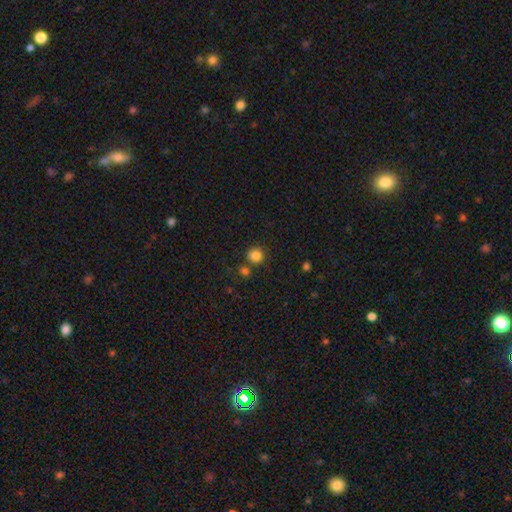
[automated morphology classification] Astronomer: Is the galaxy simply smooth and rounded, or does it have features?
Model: smooth — 85%.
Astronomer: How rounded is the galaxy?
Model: round — 87%.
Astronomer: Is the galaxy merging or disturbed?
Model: none — 73%.